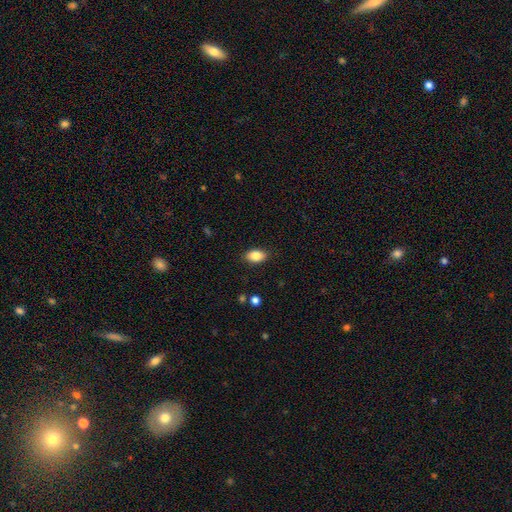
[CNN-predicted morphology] Smooth or featured? smooth (86%)
How rounded? in between (89%)
Merging? none (87%)